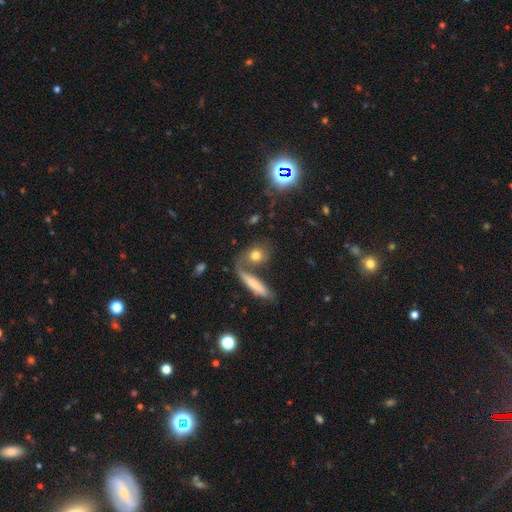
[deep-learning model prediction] Morphology: type=smooth (70%); roundness=round (52%); merging=none (50%).